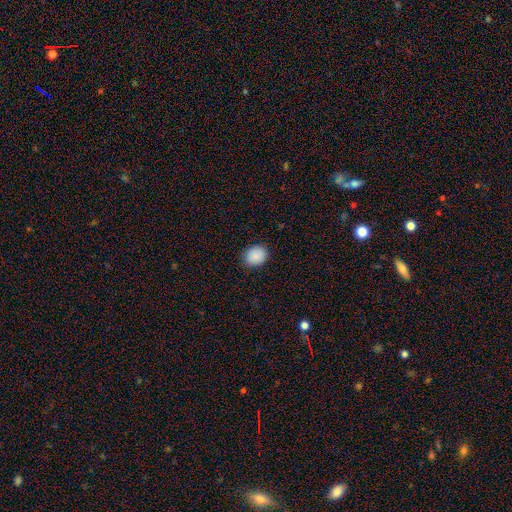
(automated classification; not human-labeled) This is clearly a smooth galaxy (89%). How rounded: likely round (61%). Merging: clearly none (87%).